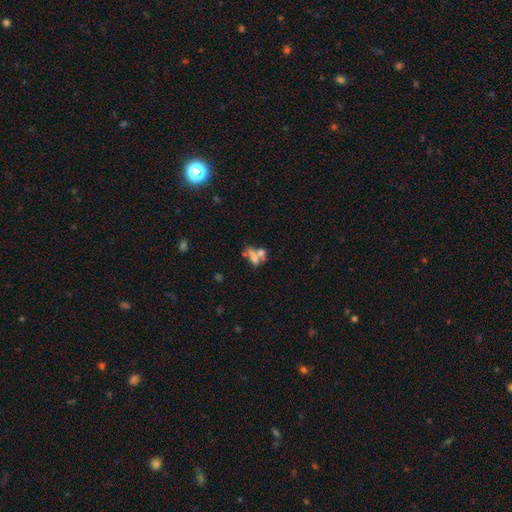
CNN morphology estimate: smooth-or-featured: smooth: 63% | featured or disk: 24% | star or artifact: 13%
  how-rounded: in between: 62% | cigar-shaped: 26% | round: 13%
  merging: merger: 49% | none: 34% | minor disturbance: 10% | major disturbance: 7%